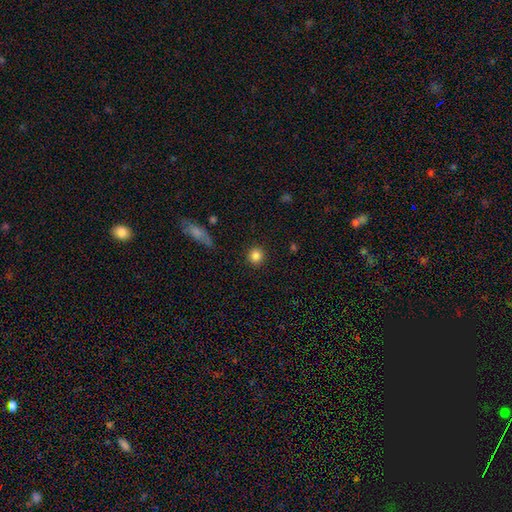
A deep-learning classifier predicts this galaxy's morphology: smooth-or-featured: smooth: 85% | star or artifact: 11% | featured or disk: 5%
  how-rounded: round: 92% | in between: 7% | cigar-shaped: 1%
  merging: none: 90% | minor disturbance: 6% | major disturbance: 2% | merger: 2%